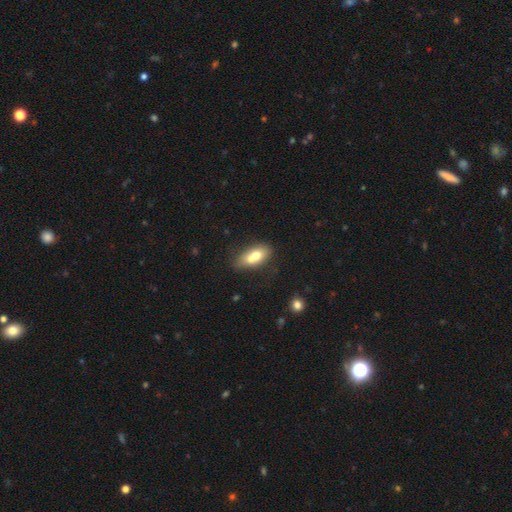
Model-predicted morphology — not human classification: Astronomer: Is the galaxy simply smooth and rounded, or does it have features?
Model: smooth — 67%.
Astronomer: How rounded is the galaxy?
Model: in between — 82%.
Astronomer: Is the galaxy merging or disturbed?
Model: merger — 46% (runner-up: none, 34%).